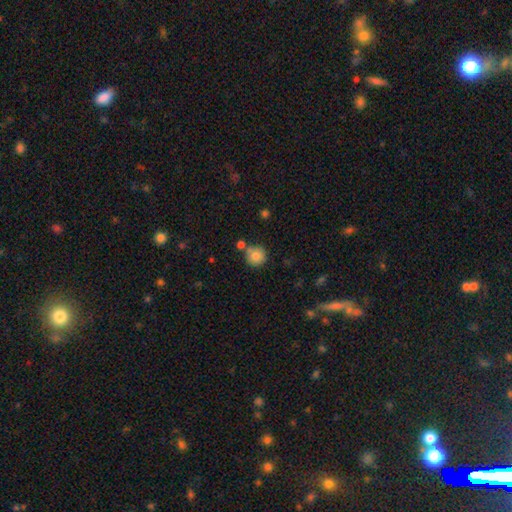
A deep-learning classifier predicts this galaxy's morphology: type=smooth (84%); roundness=round (93%); merging=none (72%).